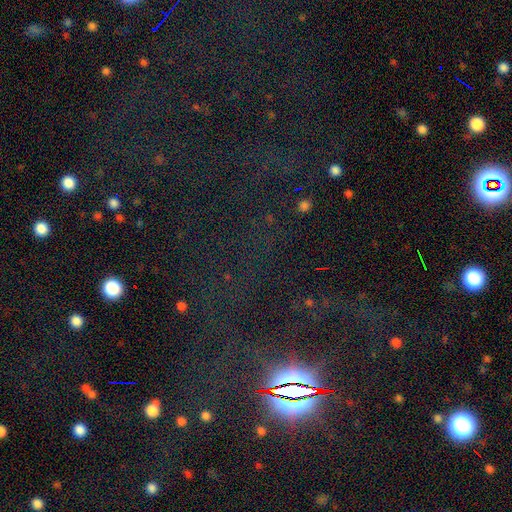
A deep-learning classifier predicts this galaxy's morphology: Smooth or featured: star or artifact — 79% (smooth — 13%)